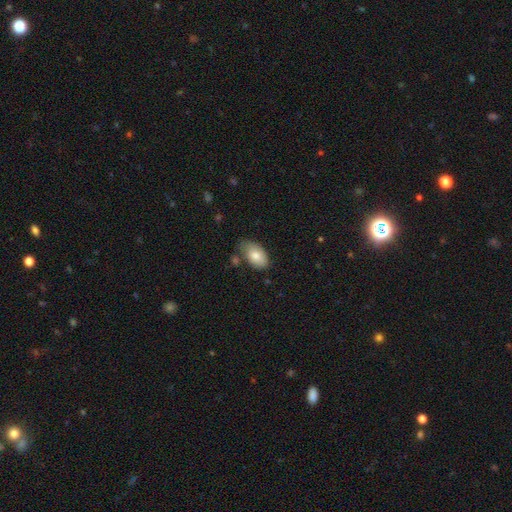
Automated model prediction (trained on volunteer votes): smooth_or_featured: smooth (p=0.80) [alt: featured or disk p=0.14]
how_rounded: in between (p=0.92) [alt: round p=0.07]
merging: none (p=0.63) [alt: minor disturbance p=0.26]